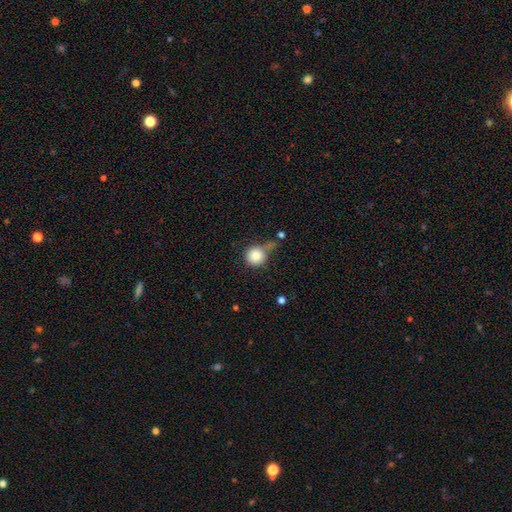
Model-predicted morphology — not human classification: A smooth galaxy with no disk features (85%) that is round (93%). Merging: none (47%).